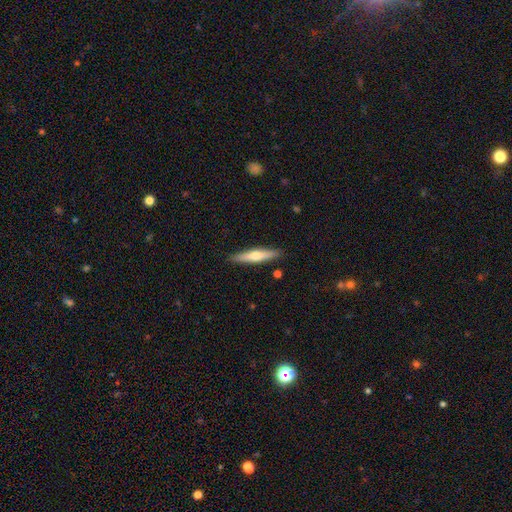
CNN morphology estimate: The model was most divided on "smooth or featured": smooth: 49%, featured or disk: 45%, star or artifact: 5%. More confident: merging — none (90%).